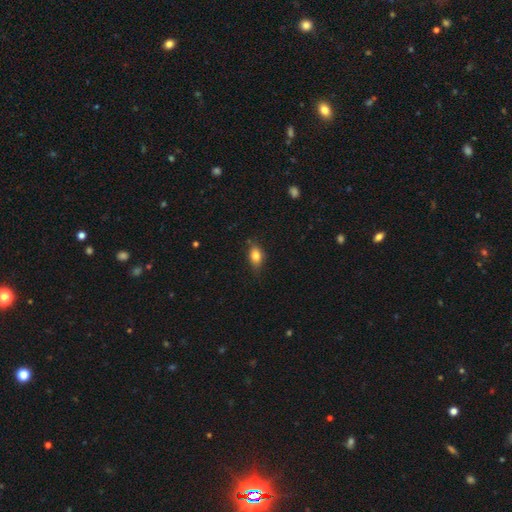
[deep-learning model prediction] This is clearly a smooth galaxy (81%). How rounded: clearly in between (83%). Merging: likely none (75%).